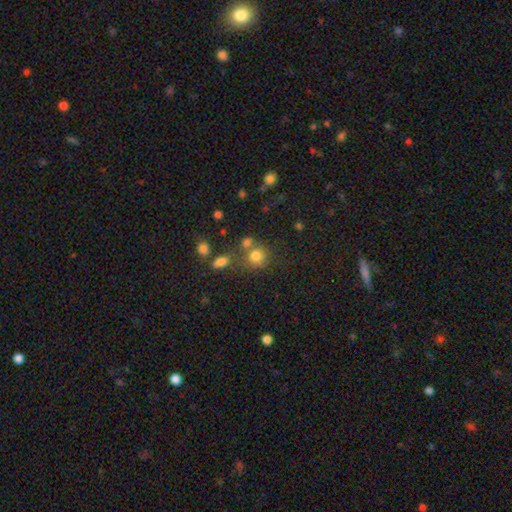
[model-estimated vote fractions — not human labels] Smooth or featured?
  - smooth: 78% *
  - star or artifact: 13%
  - featured or disk: 9%
How rounded?
  - round: 83% *
  - in between: 16%
  - cigar-shaped: 1%
Merging?
  - none: 55% *
  - merger: 27%
  - minor disturbance: 11%
  - major disturbance: 6%